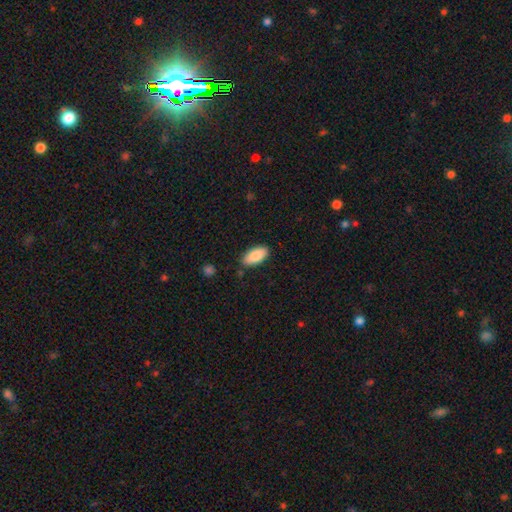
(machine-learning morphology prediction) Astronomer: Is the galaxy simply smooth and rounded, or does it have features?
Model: smooth — 87%.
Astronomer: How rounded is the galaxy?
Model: in between — 92%.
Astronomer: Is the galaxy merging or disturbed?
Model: none — 85%.